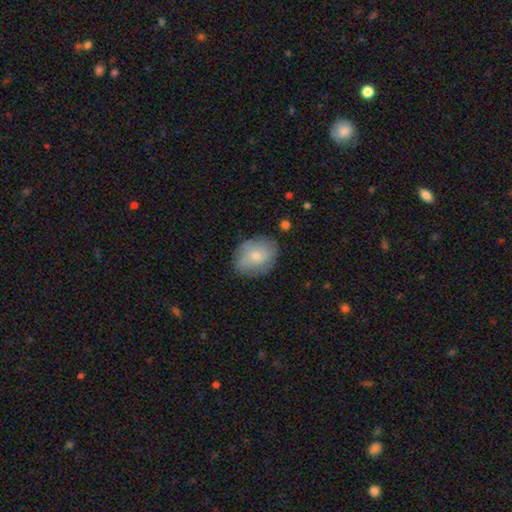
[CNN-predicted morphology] Smooth or featured? smooth (68%)
How rounded? in between (59%)
Merging? none (75%)